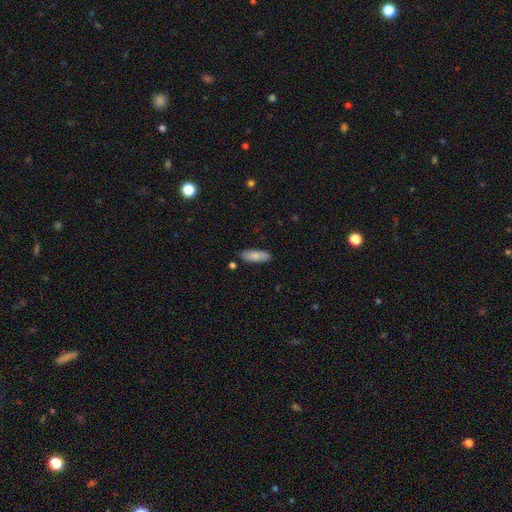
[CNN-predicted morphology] smooth 83%, featured or disk 11%, star or artifact 6%. Down the decision tree: how rounded — in between (62%); merging — none (84%).